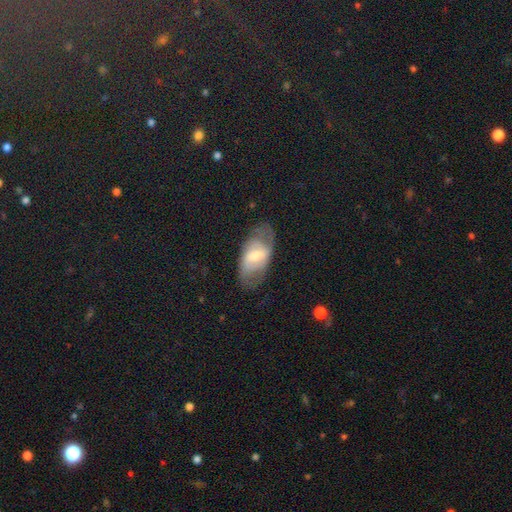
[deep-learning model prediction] The model was most divided on "bulge size": moderate: 51%, small: 40%, large: 6%, none: 2%, dominant: 1%. Remaining: edge-on disk — no (91%); merging — none (65%); spiral arms — yes (65%); smooth or featured — featured or disk (57%); bar — weak (46%).